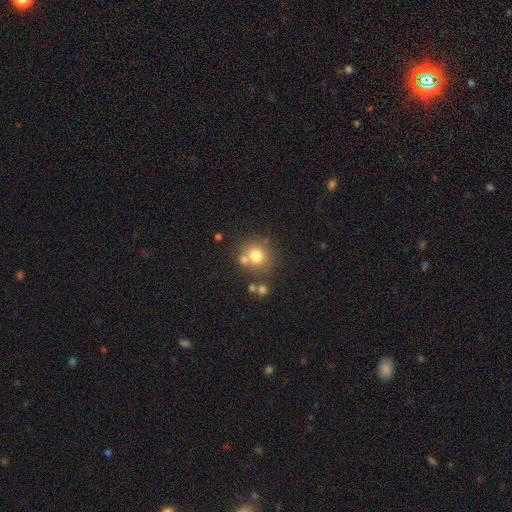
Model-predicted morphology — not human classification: Smooth or featured?
  - smooth: 74% *
  - featured or disk: 13%
  - star or artifact: 13%
How rounded?
  - round: 85% *
  - in between: 14%
  - cigar-shaped: 1%
Merging?
  - none: 65% *
  - merger: 18%
  - minor disturbance: 11%
  - major disturbance: 5%